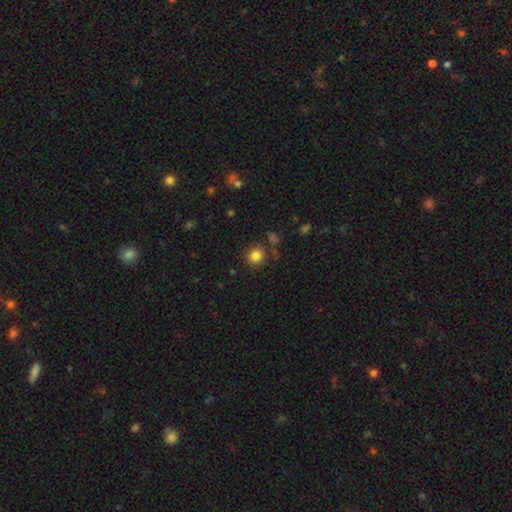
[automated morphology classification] Smooth or featured: smooth — 84% (star or artifact — 12%)
How rounded: round — 91% (in between — 8%)
Merging: none — 84% (minor disturbance — 9%)